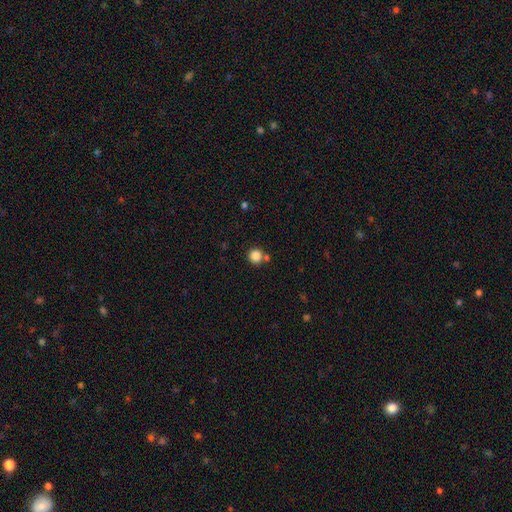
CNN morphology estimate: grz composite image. It shows a smooth galaxy with no disk features (84%) that is round (92%). Merging: none (72%).